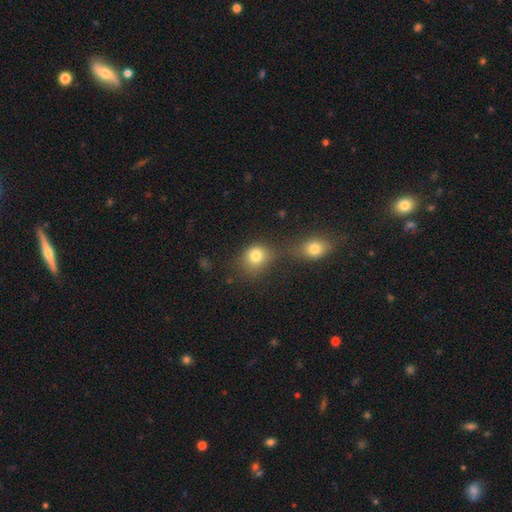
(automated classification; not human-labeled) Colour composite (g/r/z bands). It shows a smooth galaxy with no disk features (79%) that is round (73%). Merging: none (50%).